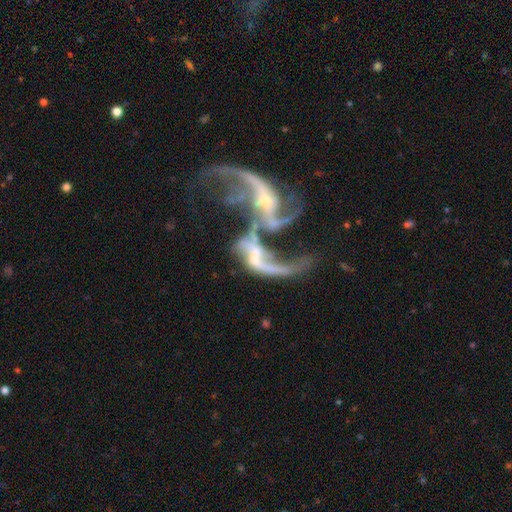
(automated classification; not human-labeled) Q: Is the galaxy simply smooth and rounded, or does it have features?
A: featured or disk — 80%.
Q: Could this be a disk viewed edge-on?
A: no — 96%.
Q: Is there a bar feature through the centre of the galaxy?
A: no — 53%.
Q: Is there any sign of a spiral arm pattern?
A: yes — 77%.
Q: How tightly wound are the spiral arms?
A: loose — 87%.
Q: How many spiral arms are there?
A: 2 — 46%.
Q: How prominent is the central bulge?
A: small — 42%.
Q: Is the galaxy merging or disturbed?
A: merger — 64%.